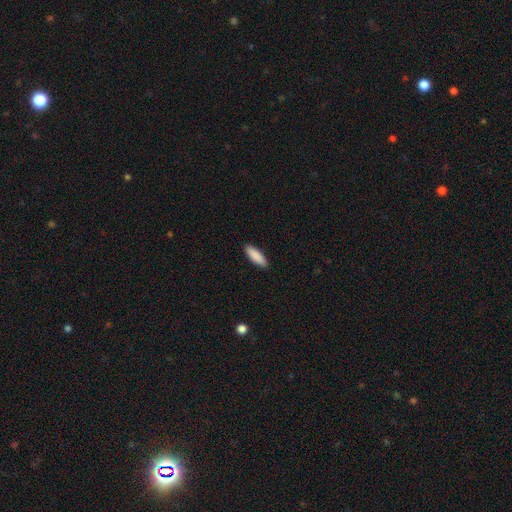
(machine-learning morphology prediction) This appears to be a smooth galaxy with no disk features (90%) that is in between round and cigar-shaped (53%). Merging: none (89%).